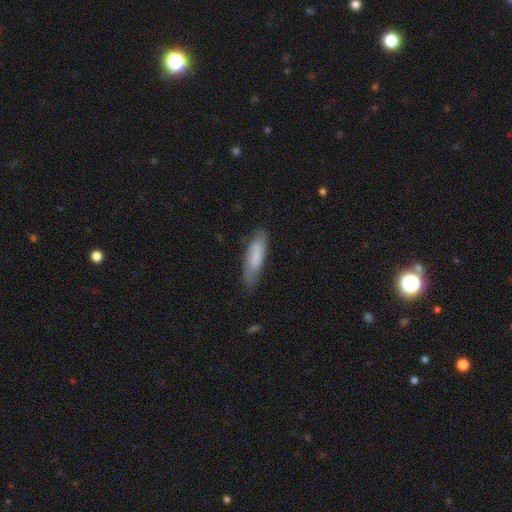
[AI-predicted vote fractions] Q: Smooth or featured?
A: smooth (73%); runner-up: featured or disk (21%)
Q: How rounded?
A: cigar-shaped (58%); runner-up: in between (40%)
Q: Merging?
A: none (73%); runner-up: minor disturbance (21%)